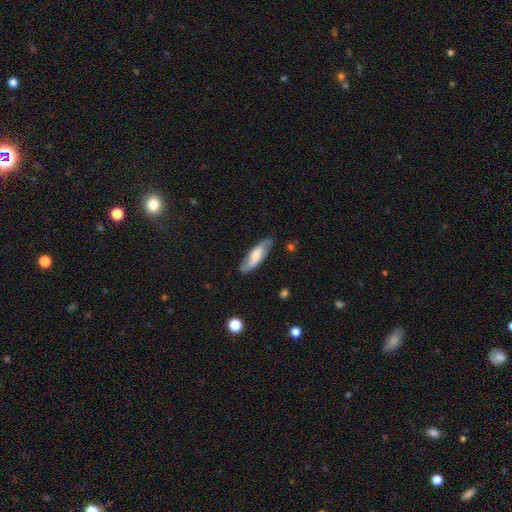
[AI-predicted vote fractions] Smooth or featured? smooth (49%)
Merging? none (80%)